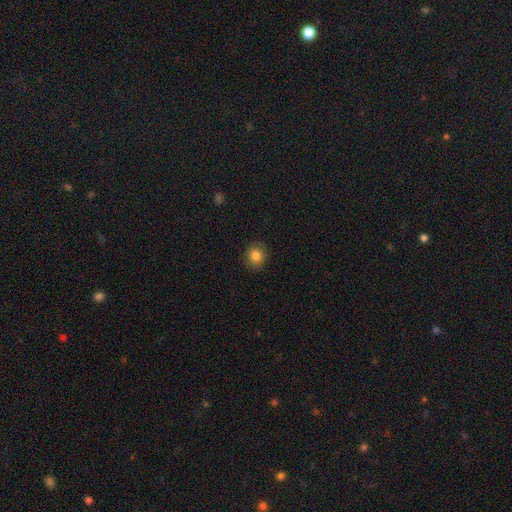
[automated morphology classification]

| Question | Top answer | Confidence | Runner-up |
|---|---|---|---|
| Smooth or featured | smooth | 83% | star or artifact (10%) |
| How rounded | round | 78% | in between (21%) |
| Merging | none | 88% | minor disturbance (9%) |